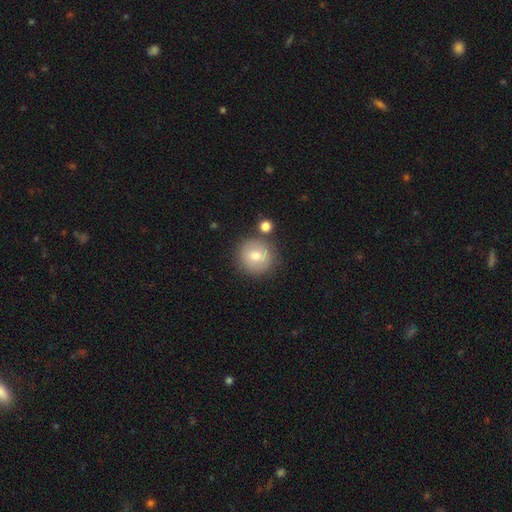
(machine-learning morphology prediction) Smooth or featured?
  - smooth: 73% *
  - featured or disk: 20%
  - star or artifact: 8%
How rounded?
  - round: 92% *
  - in between: 7%
  - cigar-shaped: 1%
Merging?
  - none: 75% *
  - minor disturbance: 12%
  - merger: 9%
  - major disturbance: 4%